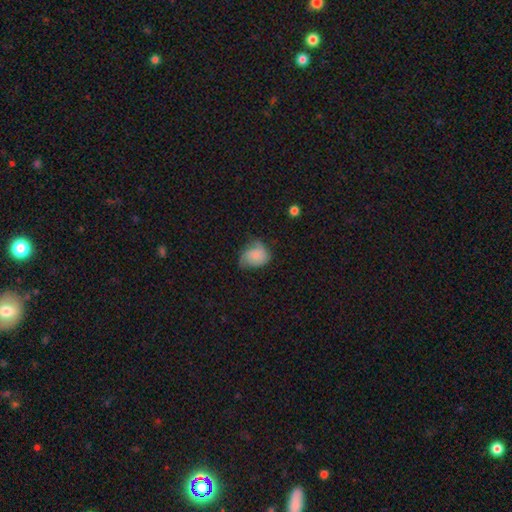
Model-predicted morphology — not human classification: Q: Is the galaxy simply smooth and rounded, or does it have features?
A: smooth — 65%.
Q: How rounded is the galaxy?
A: in between — 59%.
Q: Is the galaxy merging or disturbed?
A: minor disturbance — 40%.